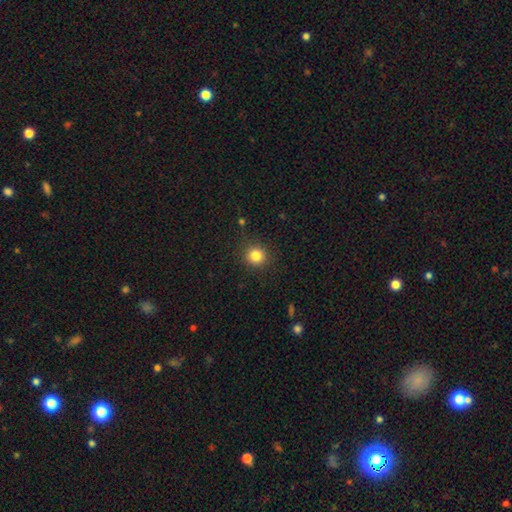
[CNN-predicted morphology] smooth_or_featured: smooth (p=0.84) [alt: star or artifact p=0.12]
how_rounded: round (p=0.91) [alt: in between p=0.08]
merging: none (p=0.89) [alt: minor disturbance p=0.07]